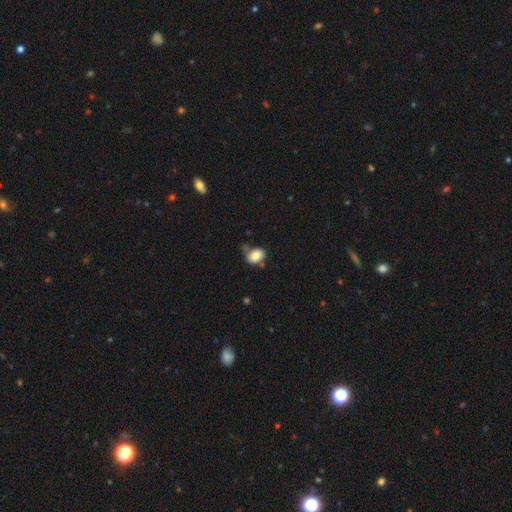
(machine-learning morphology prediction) The model was most divided on "how rounded": in between: 63%, round: 36%, cigar-shaped: 1%. More confident: smooth or featured — smooth (83%); merging — none (55%).